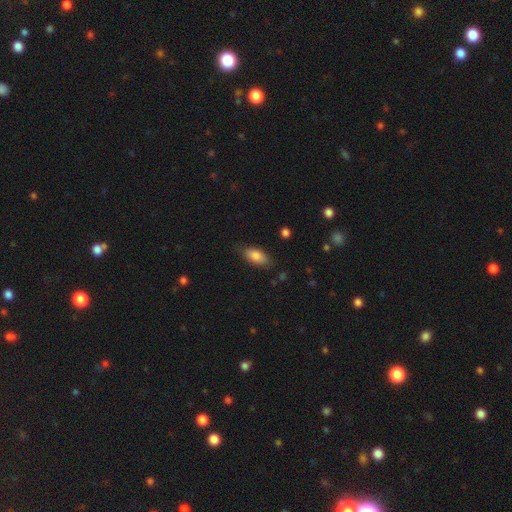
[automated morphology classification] The model was most divided on "merging": none: 79%, minor disturbance: 16%, major disturbance: 3%, merger: 1%. More confident: how rounded — in between (88%); smooth or featured — smooth (83%).